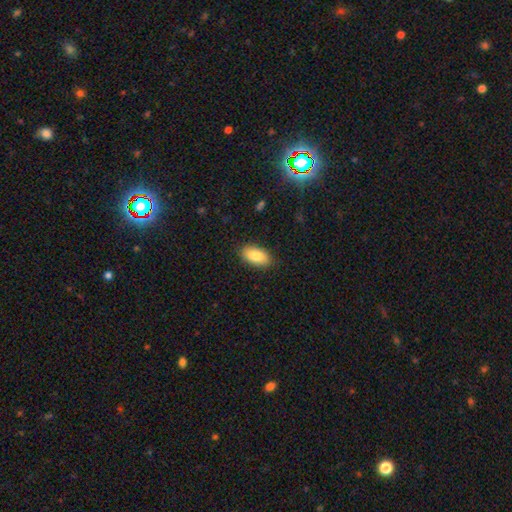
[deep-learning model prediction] Morphology: type=smooth (84%); roundness=in between (93%); merging=none (87%).